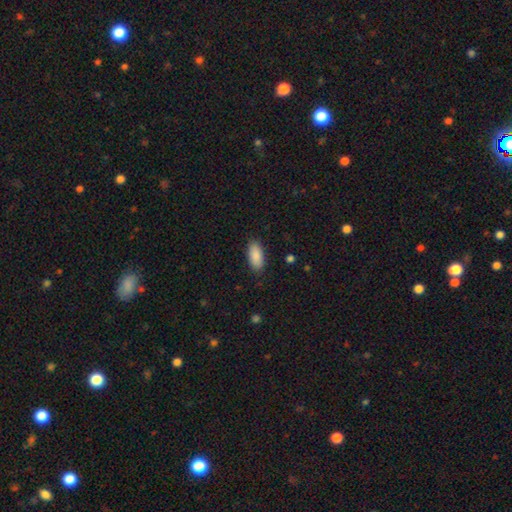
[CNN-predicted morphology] smooth-or-featured: smooth: 89% | star or artifact: 6% | featured or disk: 4%
  how-rounded: in between: 89% | cigar-shaped: 9% | round: 2%
  merging: none: 87% | minor disturbance: 9% | major disturbance: 2% | merger: 1%